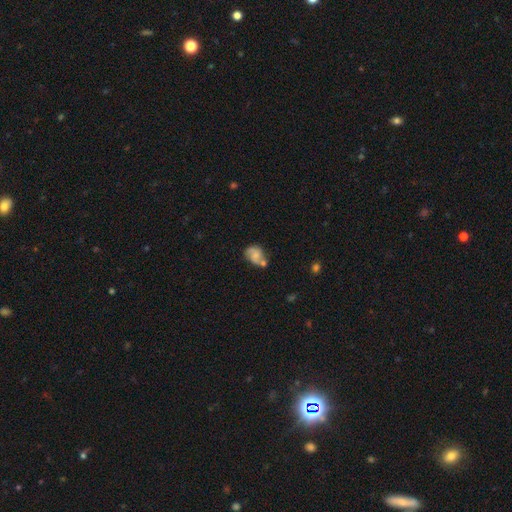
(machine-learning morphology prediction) Smooth or featured? Predicted: smooth (p=0.47). Merging? Predicted: none (p=0.38).